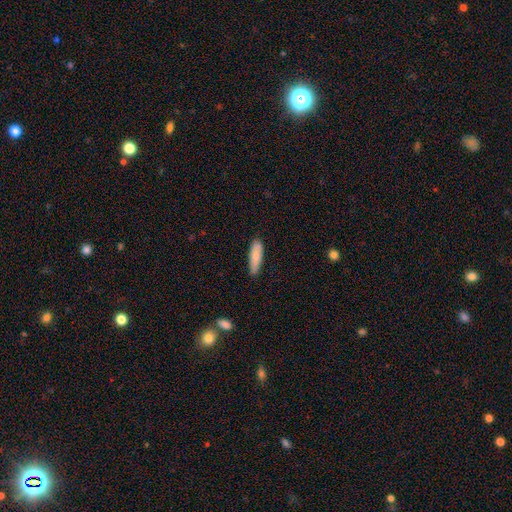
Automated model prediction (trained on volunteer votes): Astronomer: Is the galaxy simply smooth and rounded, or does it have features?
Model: smooth — 82%.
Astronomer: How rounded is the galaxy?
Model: cigar-shaped — 63%.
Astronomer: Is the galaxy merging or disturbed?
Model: none — 82%.